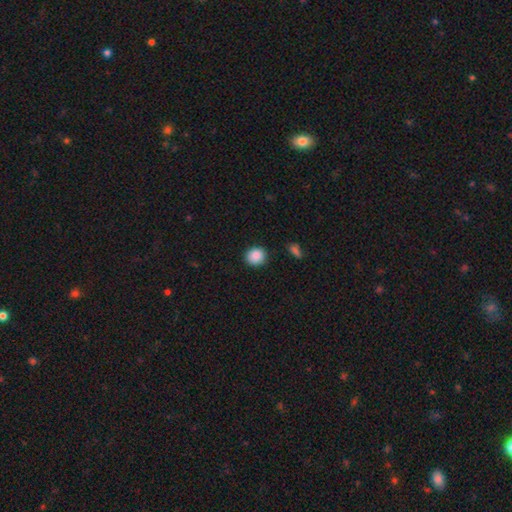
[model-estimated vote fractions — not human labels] Overall: smooth (88%). How rounded: round (81%). Merging: none (88%).